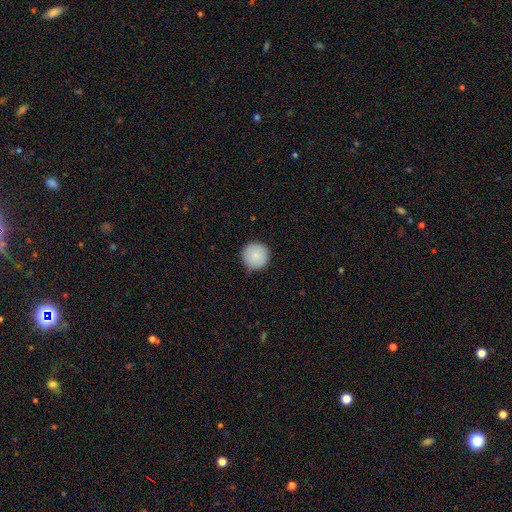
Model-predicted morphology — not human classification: A smooth galaxy with no disk features (87%) that is round (96%). Merging: none (85%).